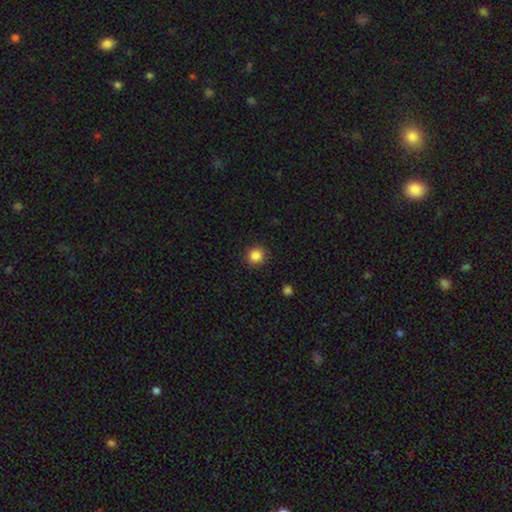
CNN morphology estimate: type=smooth (86%); roundness=round (93%); merging=none (91%).